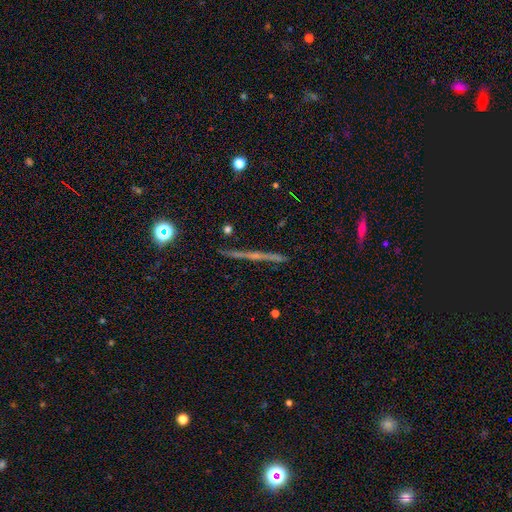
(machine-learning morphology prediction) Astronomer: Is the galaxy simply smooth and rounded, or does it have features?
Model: featured or disk — 68%.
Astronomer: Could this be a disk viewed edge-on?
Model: yes — 97%.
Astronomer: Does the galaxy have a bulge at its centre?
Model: none — 62%.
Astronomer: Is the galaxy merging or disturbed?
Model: none — 90%.